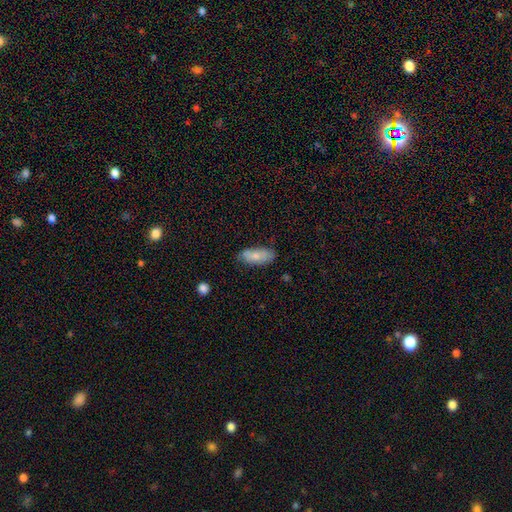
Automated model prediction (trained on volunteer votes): Smooth or featured? Predicted: smooth (p=0.76). How rounded? Predicted: in between (p=0.84). Merging? Predicted: none (p=0.68).